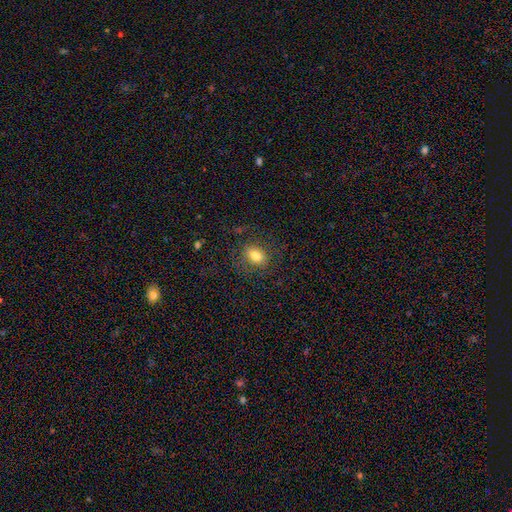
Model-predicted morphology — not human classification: Overall: smooth (76%). How rounded: in between (65%; round 33%). Merging: none (78%).